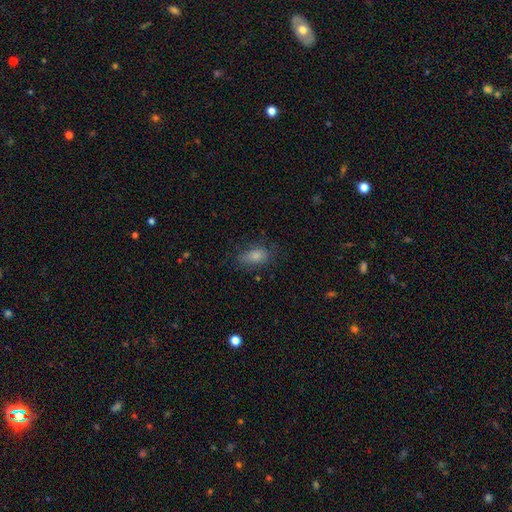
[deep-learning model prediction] smooth 80%, featured or disk 10%, star or artifact 9%. Down the decision tree: how rounded — in between (86%); merging — none (67%).